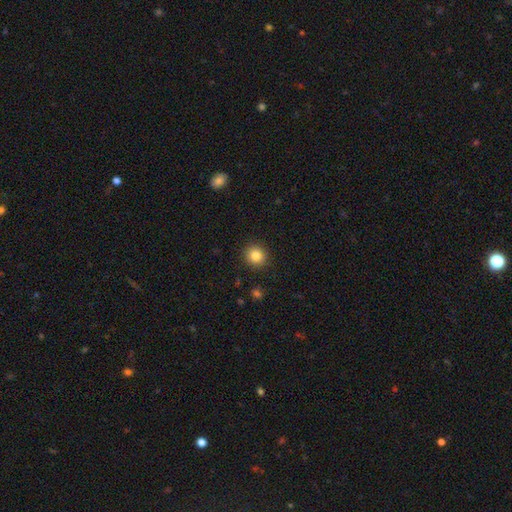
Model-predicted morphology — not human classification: Smooth or featured? smooth (84%)
How rounded? round (90%)
Merging? none (91%)